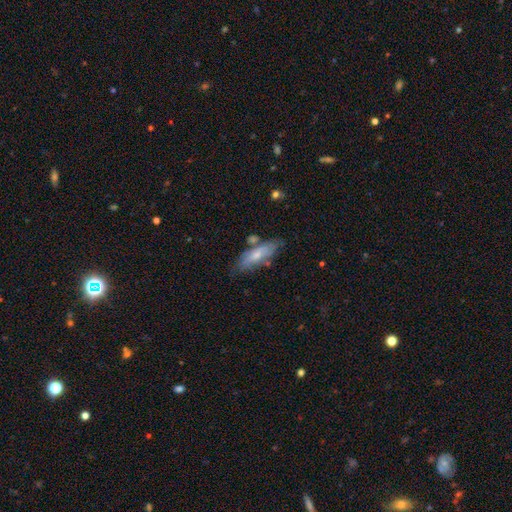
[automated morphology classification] The model was most divided on "how rounded": in between: 51%, cigar-shaped: 47%, round: 3%. More confident: merging — none (68%); smooth or featured — smooth (52%).